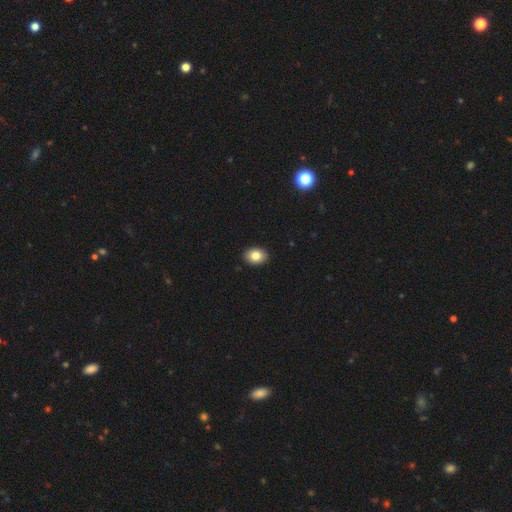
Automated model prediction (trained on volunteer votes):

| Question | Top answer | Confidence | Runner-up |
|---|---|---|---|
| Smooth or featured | smooth | 83% | star or artifact (9%) |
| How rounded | in between | 69% | round (30%) |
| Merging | none | 92% | minor disturbance (6%) |